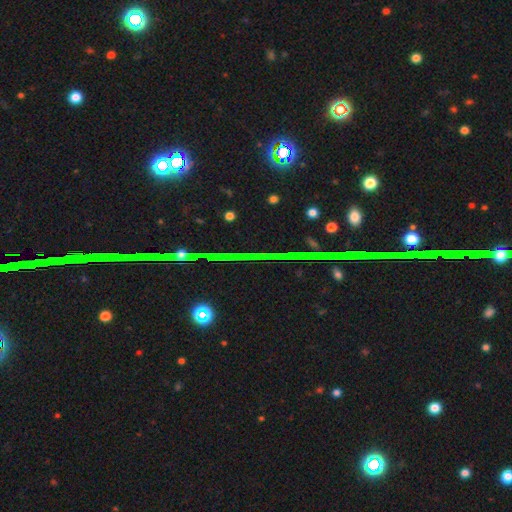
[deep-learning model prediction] Smooth or featured? Predicted: star or artifact (p=0.82).